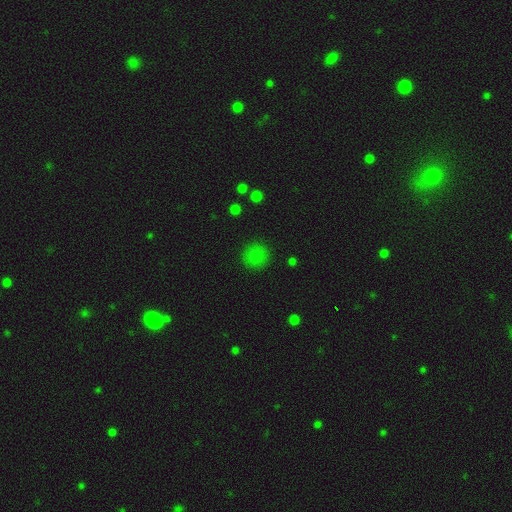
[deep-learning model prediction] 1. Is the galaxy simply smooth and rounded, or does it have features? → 80% smooth, 14% star or artifact, 6% featured or disk.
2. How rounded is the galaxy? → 91% round, 8% in between, 1% cigar-shaped.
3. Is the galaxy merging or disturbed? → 86% none, 9% minor disturbance, 3% major disturbance, 1% merger.